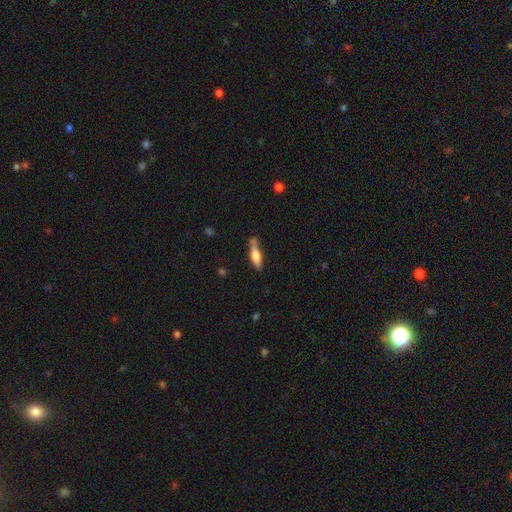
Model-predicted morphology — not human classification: Smooth or featured?
  - smooth: 55% *
  - featured or disk: 38%
  - star or artifact: 7%
How rounded?
  - cigar-shaped: 66% *
  - in between: 32%
  - round: 2%
Merging?
  - none: 64% *
  - minor disturbance: 21%
  - merger: 9%
  - major disturbance: 6%